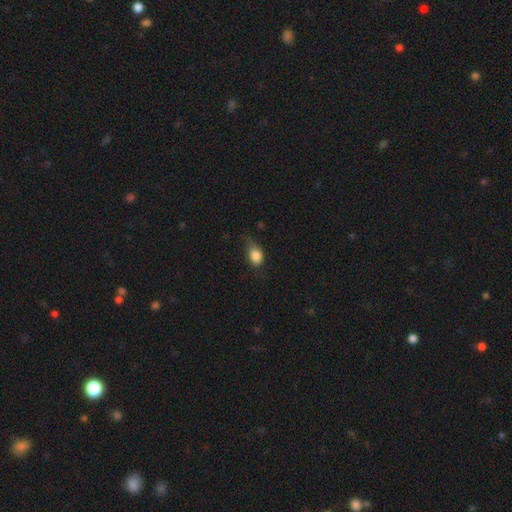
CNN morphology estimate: smooth 84%, star or artifact 8%, featured or disk 8%. Down the decision tree: how rounded — in between (65%); merging — none (43%).